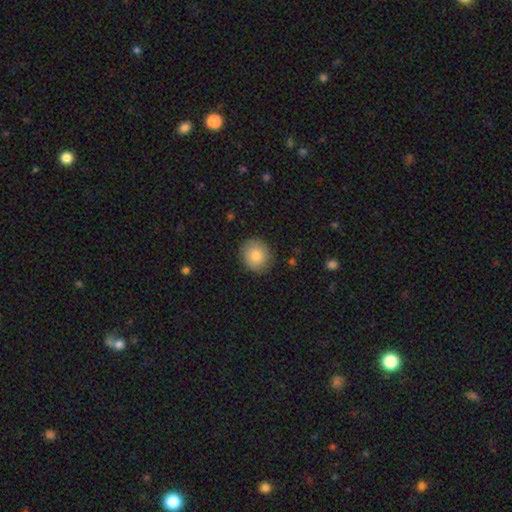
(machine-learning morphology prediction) This is clearly a smooth galaxy (81%). How rounded: likely round (77%). Merging: clearly none (86%).